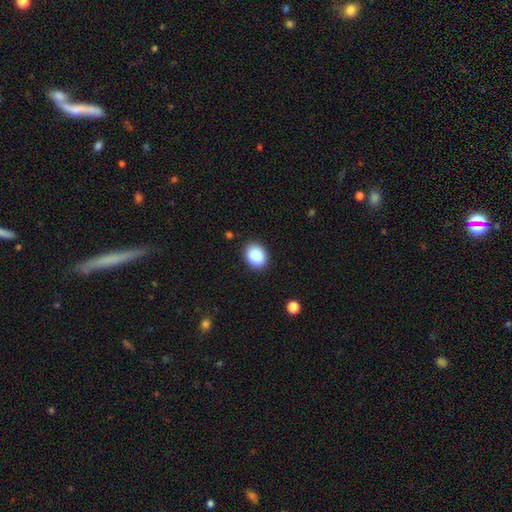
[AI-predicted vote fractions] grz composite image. It shows a smooth galaxy with no disk features (89%) that is in between round and cigar-shaped (51%). Merging: none (88%).